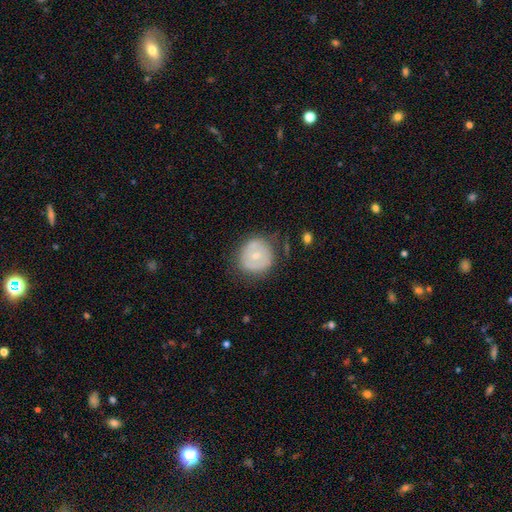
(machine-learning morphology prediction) Smooth or featured? Predicted: smooth (p=0.54). How rounded? Predicted: round (p=0.87). Merging? Predicted: none (p=0.70).